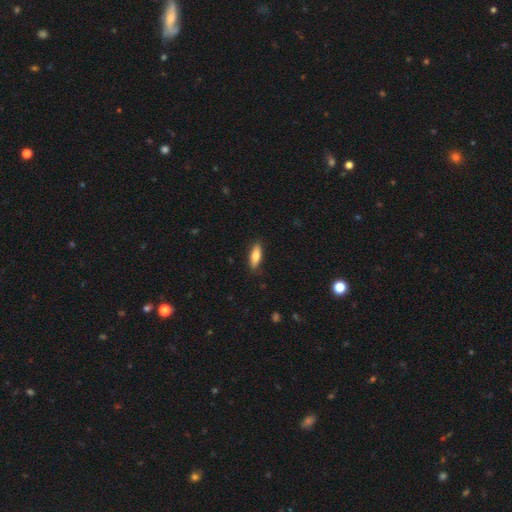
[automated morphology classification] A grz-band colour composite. It shows a smooth galaxy with no disk features (79%) that is in between round and cigar-shaped (53%). Merging: none (85%).